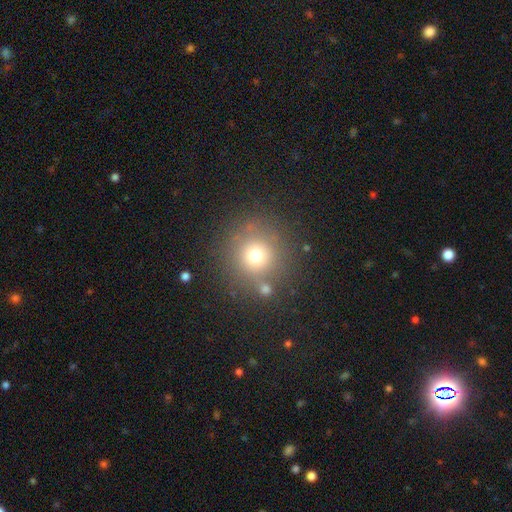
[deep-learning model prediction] This is likely a smooth galaxy (70%). How rounded: clearly round (94%). Merging: likely none (78%).